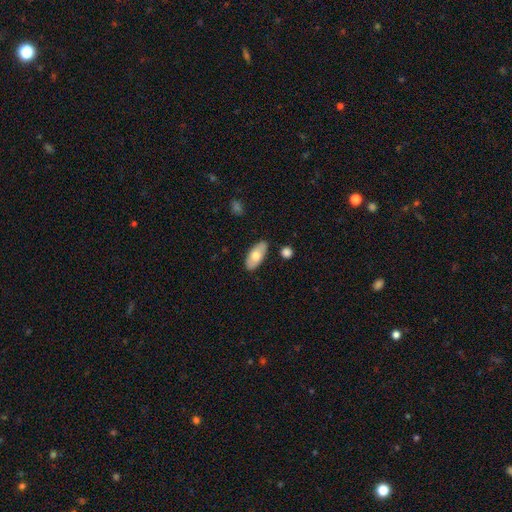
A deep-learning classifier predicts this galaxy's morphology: Smooth or featured: smooth — 66% (featured or disk — 28%)
How rounded: in between — 91% (cigar-shaped — 7%)
Merging: none — 82% (minor disturbance — 13%)